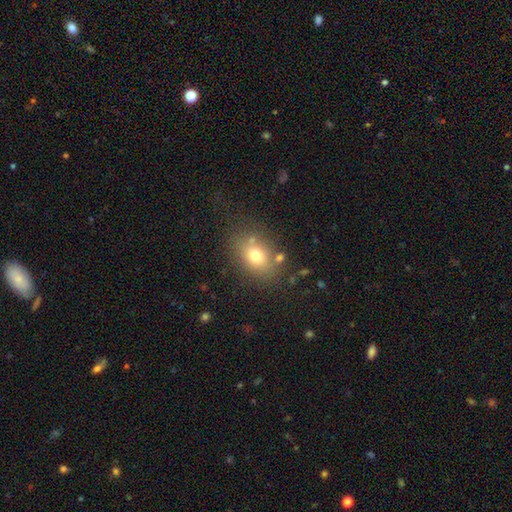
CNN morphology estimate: This is likely a smooth galaxy (72%). How rounded: likely in between (62%). Merging: likely none (74%).